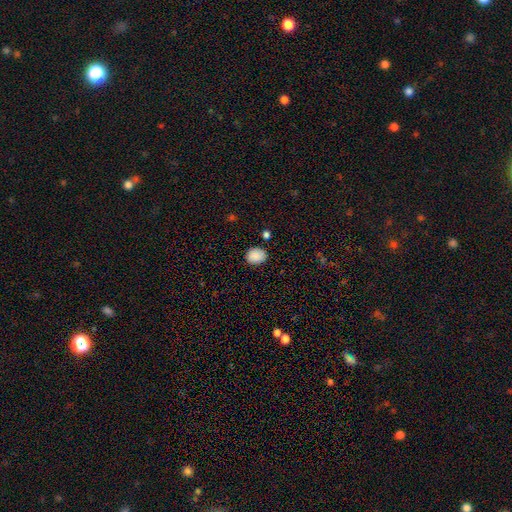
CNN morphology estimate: type=smooth (88%); roundness=in between (51%); merging=none (83%).